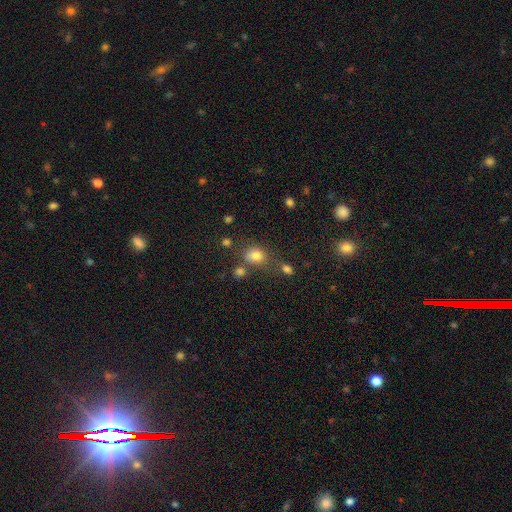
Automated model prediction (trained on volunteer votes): smooth_or_featured: smooth (p=0.77) [alt: star or artifact p=0.15]
how_rounded: round (p=0.56) [alt: in between p=0.43]
merging: none (p=0.58) [alt: merger p=0.18]